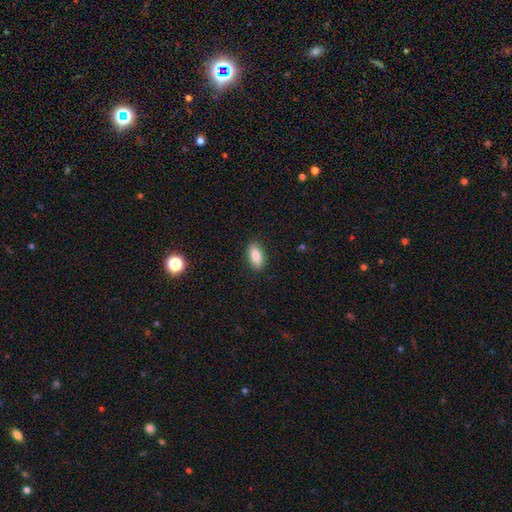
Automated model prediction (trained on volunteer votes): This is clearly a smooth galaxy (83%). How rounded: clearly in between (86%). Merging: clearly none (89%).